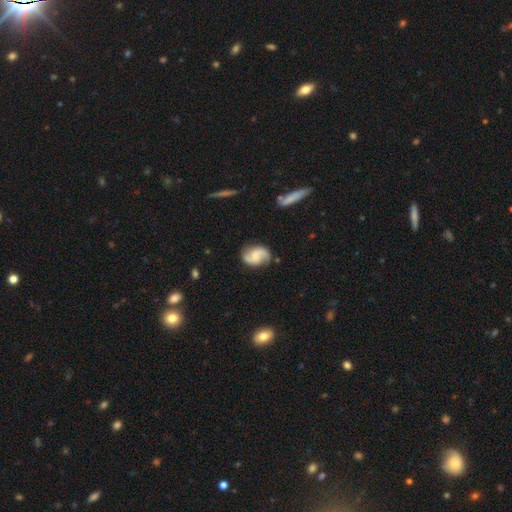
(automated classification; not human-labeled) smooth_or_featured: featured or disk (p=0.70) [alt: smooth p=0.23]
disk_edge_on: no (p=0.98) [alt: yes p=0.02]
bar: no (p=0.51) [alt: weak p=0.40]
has_spiral_arms: yes (p=0.95) [alt: no p=0.05]
spiral_winding: loose (p=0.48) [alt: medium p=0.39]
spiral_arm_count: 2 (p=0.91) [alt: can't tell p=0.04]
bulge_size: small (p=0.37) [alt: none p=0.30]
merging: none (p=0.77) [alt: minor disturbance p=0.16]